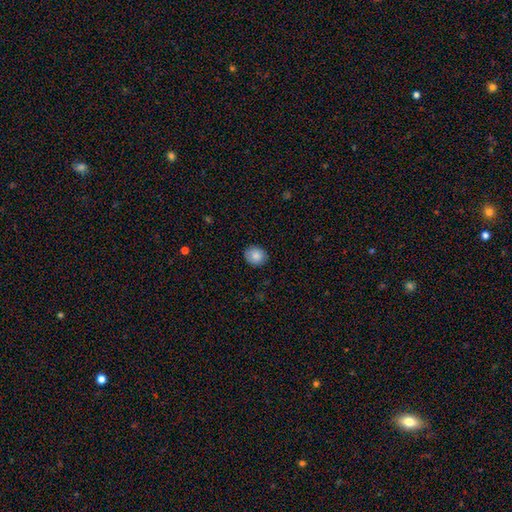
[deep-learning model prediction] A smooth galaxy with no disk features (85%) that is round (74%). Merging: none (88%).